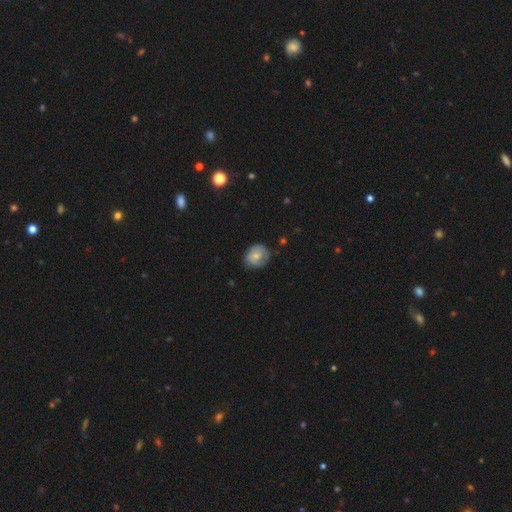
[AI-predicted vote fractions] Smooth or featured: smooth — 63% (featured or disk — 29%)
How rounded: round — 69% (in between — 30%)
Merging: none — 70% (minor disturbance — 24%)